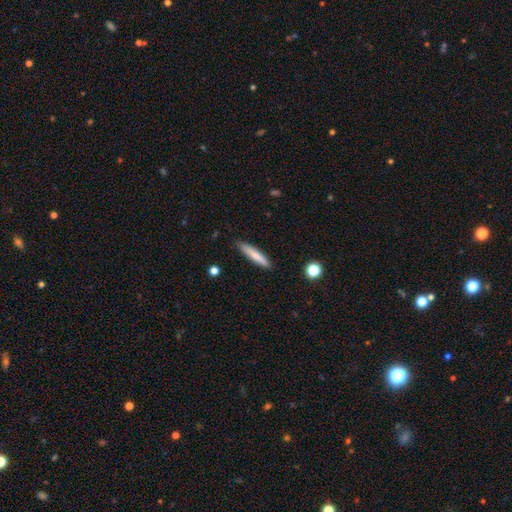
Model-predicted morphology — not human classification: A smooth galaxy with no disk features (74%) that is cigar-shaped (90%). Merging: none (88%).